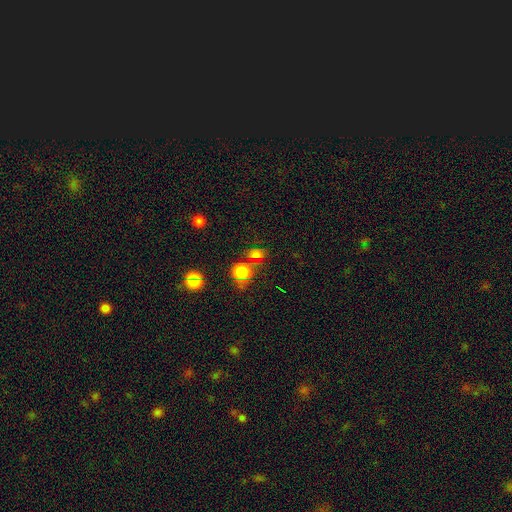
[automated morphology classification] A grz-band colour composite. It shows a smooth galaxy with no disk features (59%) that is round (66%). Merging: none (65%).